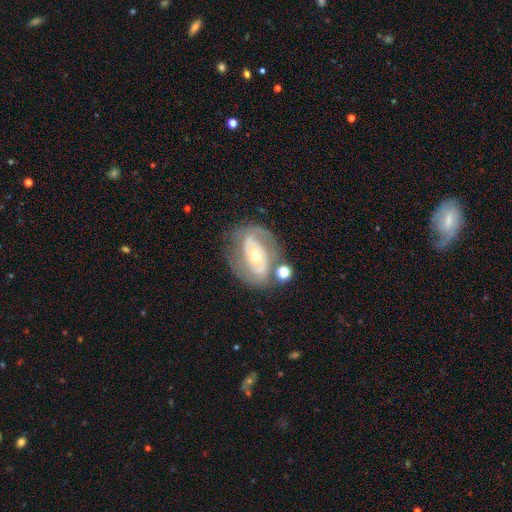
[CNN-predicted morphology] smooth_or_featured: featured or disk (p=0.78) [alt: smooth p=0.16]
disk_edge_on: no (p=0.95) [alt: yes p=0.05]
bar: no (p=0.57) [alt: weak p=0.26]
has_spiral_arms: yes (p=0.72) [alt: no p=0.28]
spiral_winding: tight (p=0.50) [alt: medium p=0.36]
spiral_arm_count: 2 (p=0.64) [alt: can't tell p=0.23]
bulge_size: moderate (p=0.52) [alt: small p=0.44]
merging: none (p=0.64) [alt: minor disturbance p=0.18]